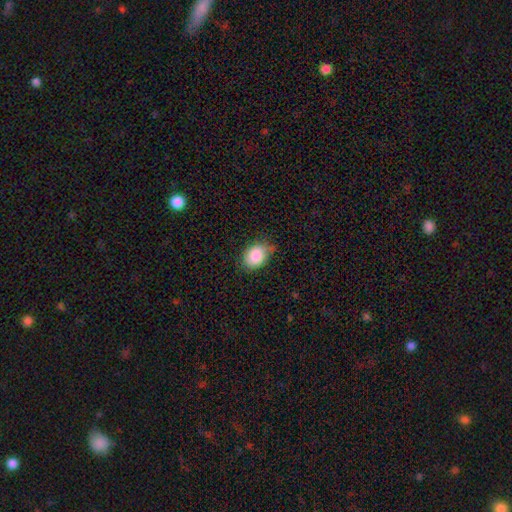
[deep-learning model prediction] Overall: smooth (86%). How rounded: in between (67%; round 32%). Merging: none (58%; minor disturbance 34%).